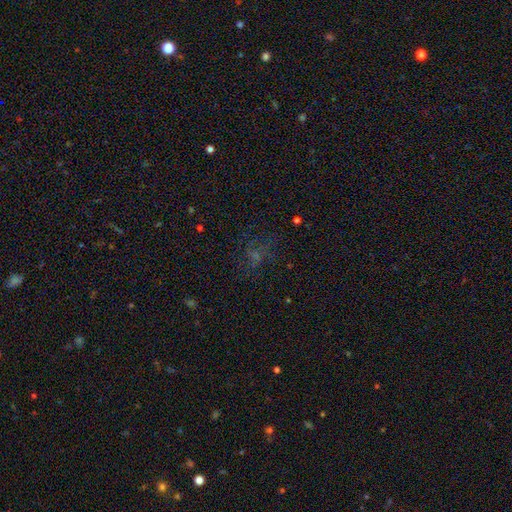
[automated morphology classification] The model was most divided on "smooth or featured": star or artifact: 52%, smooth: 30%, featured or disk: 17%.